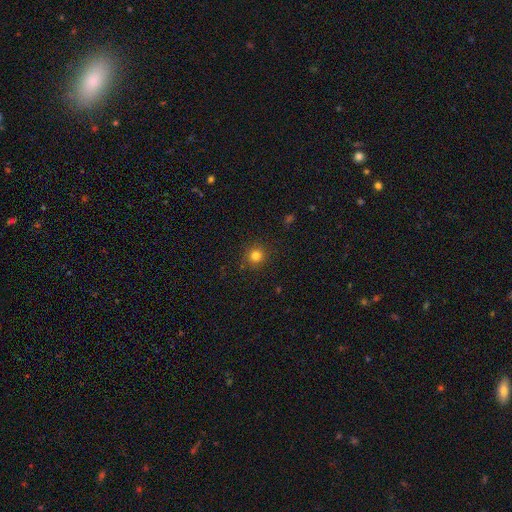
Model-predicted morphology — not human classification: This appears to be a smooth galaxy with no disk features (81%) that is round (94%). Merging: none (90%).